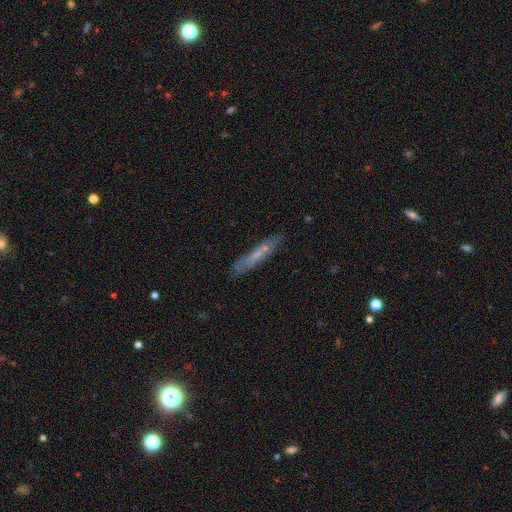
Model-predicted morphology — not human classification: A smooth galaxy with no disk features (51%) that is cigar-shaped (89%). Merging: none (73%).